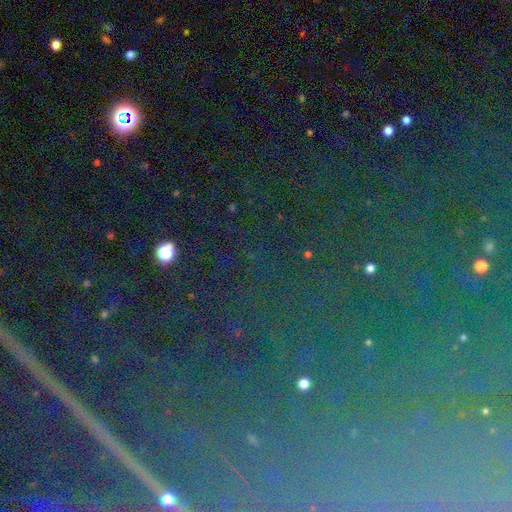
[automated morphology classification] The model was most divided on "smooth or featured": star or artifact: 79%, smooth: 12%, featured or disk: 9%.